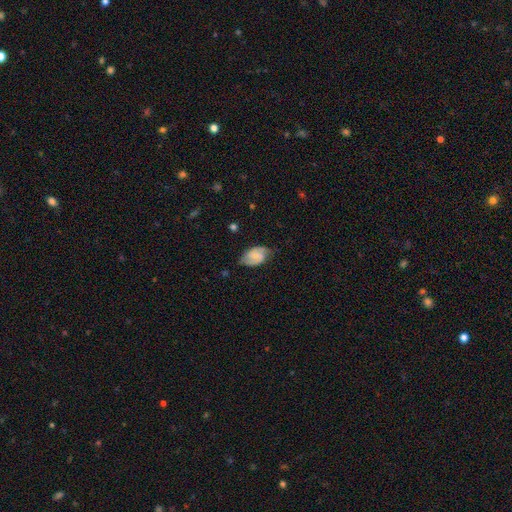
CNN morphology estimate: Overall: featured or disk (69%). Edge-on disk: no (97%). Bar: weak (46%; no 40%). Spiral arms: yes (94%). Spiral arm count: 2 (87%). Spiral winding: medium (48%; tight 34%). Bulge size: small (52%; moderate 26%). Merging: none (70%).